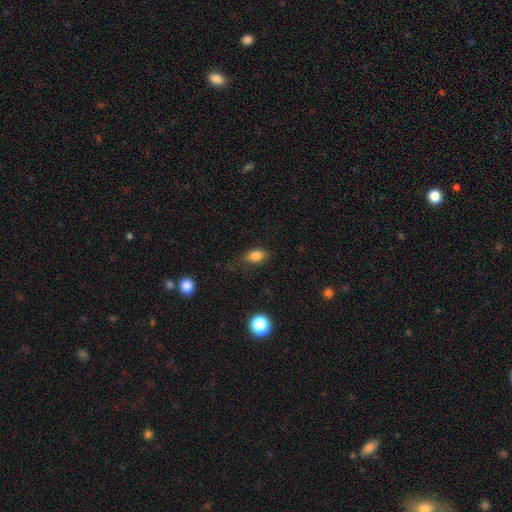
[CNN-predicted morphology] Smooth or featured?
  - smooth: 82% *
  - star or artifact: 11%
  - featured or disk: 7%
How rounded?
  - in between: 83% *
  - round: 12%
  - cigar-shaped: 5%
Merging?
  - none: 65% *
  - minor disturbance: 25%
  - major disturbance: 9%
  - merger: 2%